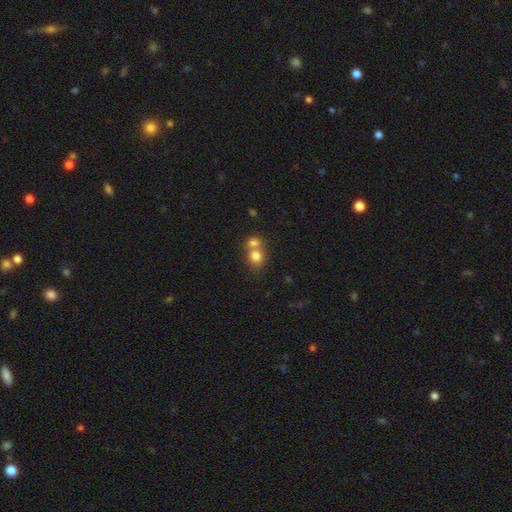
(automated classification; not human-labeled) Overall: smooth (78%). How rounded: round (72%). Merging: merger (56%; none 35%).